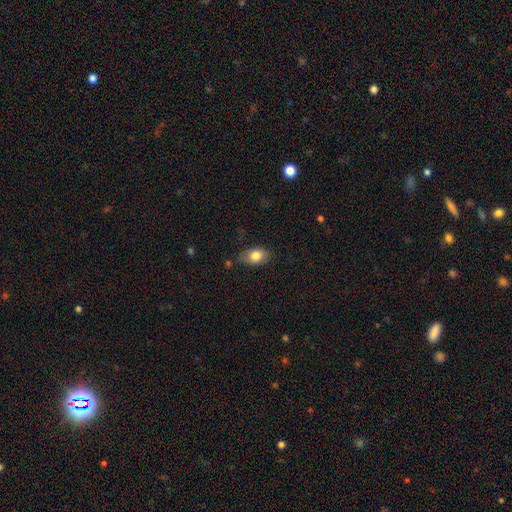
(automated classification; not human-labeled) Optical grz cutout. It shows a smooth galaxy with no disk features (80%) that is in between round and cigar-shaped (86%). Merging: none (76%).